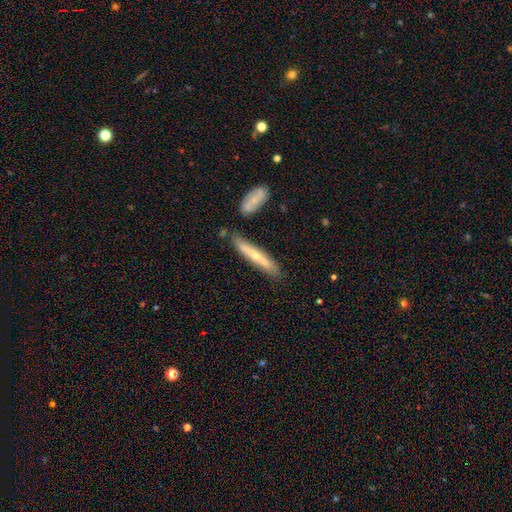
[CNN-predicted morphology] Smooth or featured? featured or disk (51%)
Edge-on disk? yes (83%)
Merging? none (77%)